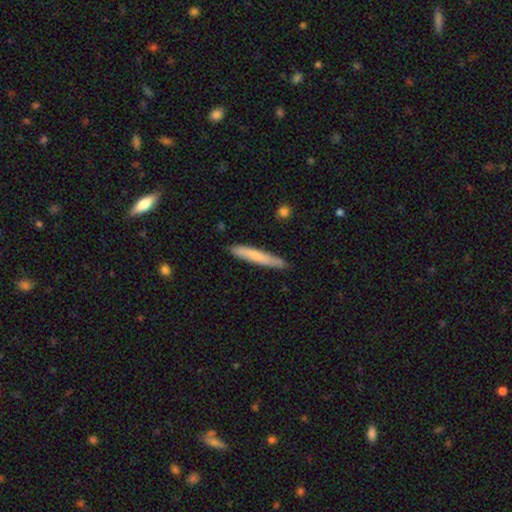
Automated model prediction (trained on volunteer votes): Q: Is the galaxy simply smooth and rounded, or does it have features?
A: smooth — 69%.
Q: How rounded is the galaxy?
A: cigar-shaped — 94%.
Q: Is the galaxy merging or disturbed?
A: none — 85%.